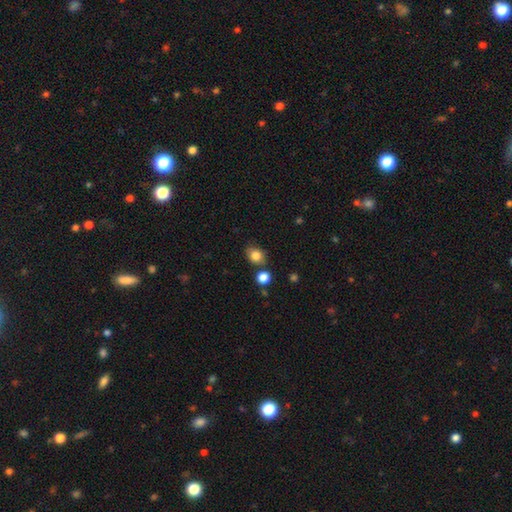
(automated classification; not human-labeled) Smooth or featured: smooth — 83% (star or artifact — 11%)
How rounded: round — 53% (in between — 46%)
Merging: none — 75% (minor disturbance — 13%)